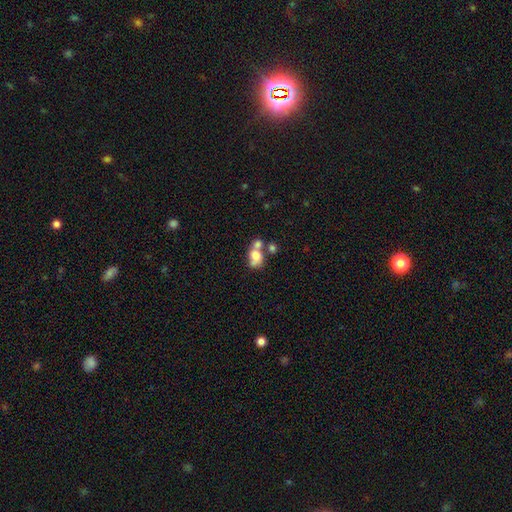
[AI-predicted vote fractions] A smooth galaxy with no disk features (66%) that is in between round and cigar-shaped (63%). Merging: merger (58%).